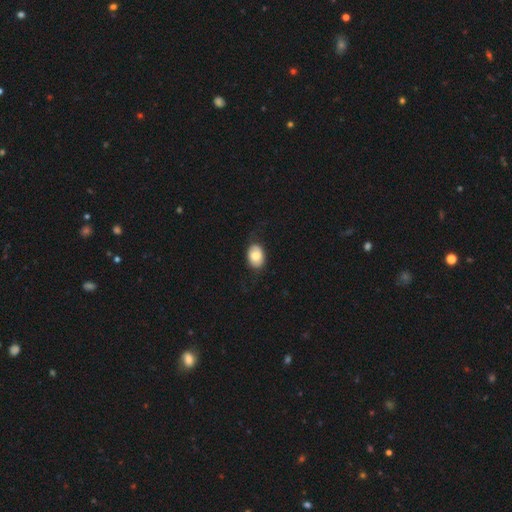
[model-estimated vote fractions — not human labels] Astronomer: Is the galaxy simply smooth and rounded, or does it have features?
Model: smooth — 79%.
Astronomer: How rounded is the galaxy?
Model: in between — 77%.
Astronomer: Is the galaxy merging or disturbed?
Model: none — 78%.